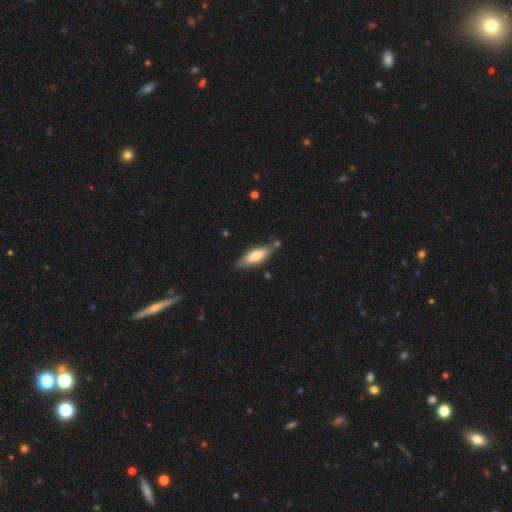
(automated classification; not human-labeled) Q: Smooth or featured?
A: smooth (68%); runner-up: featured or disk (27%)
Q: How rounded?
A: cigar-shaped (51%); runner-up: in between (47%)
Q: Merging?
A: none (76%); runner-up: minor disturbance (16%)